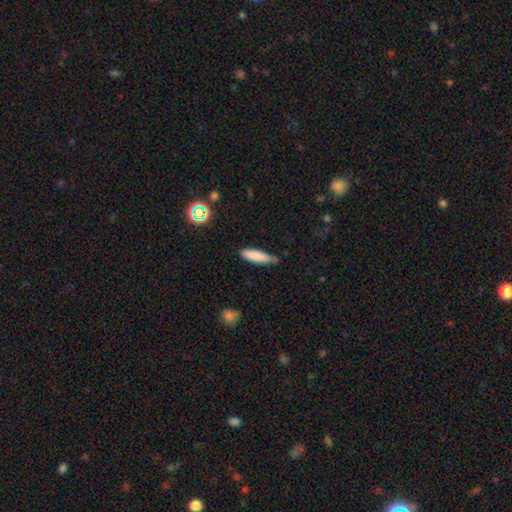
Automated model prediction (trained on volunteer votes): Smooth or featured?
  - smooth: 84% *
  - featured or disk: 9%
  - star or artifact: 8%
How rounded?
  - cigar-shaped: 67% *
  - in between: 32%
  - round: 2%
Merging?
  - none: 65% *
  - minor disturbance: 27%
  - major disturbance: 4%
  - merger: 3%